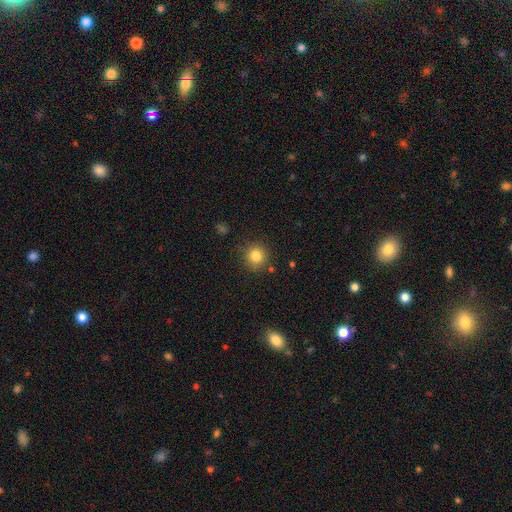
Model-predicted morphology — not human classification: This appears to be a smooth galaxy with no disk features (82%) that is round (93%). Merging: none (84%).